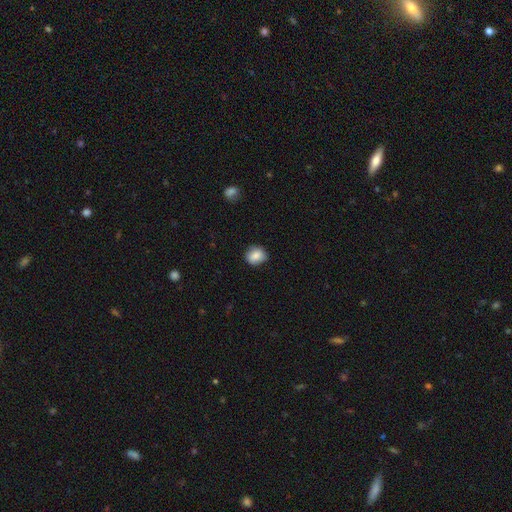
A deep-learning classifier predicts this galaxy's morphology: Smooth or featured: smooth — 84% (star or artifact — 8%)
How rounded: round — 70% (in between — 29%)
Merging: none — 83% (minor disturbance — 13%)